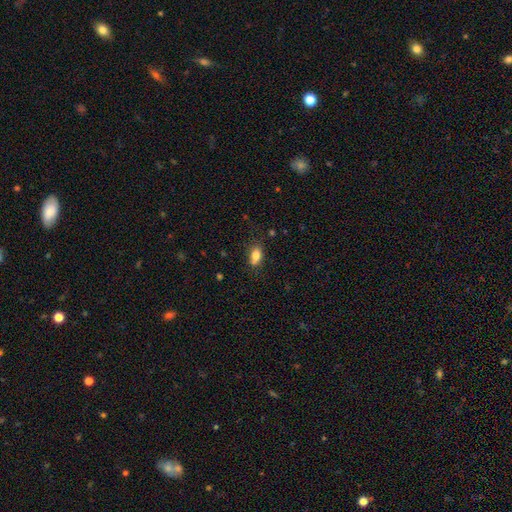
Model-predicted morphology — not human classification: smooth-or-featured: smooth: 81% | featured or disk: 10% | star or artifact: 9%
  how-rounded: in between: 85% | round: 11% | cigar-shaped: 4%
  merging: none: 69% | minor disturbance: 19% | merger: 8% | major disturbance: 4%